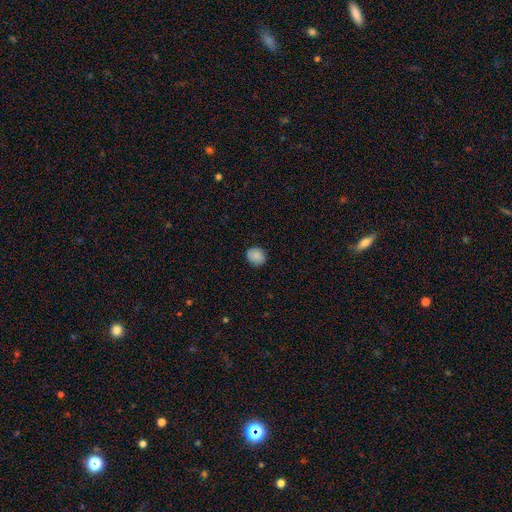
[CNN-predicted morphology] Smooth or featured: smooth — 87% (star or artifact — 8%)
How rounded: round — 72% (in between — 27%)
Merging: none — 84% (minor disturbance — 12%)